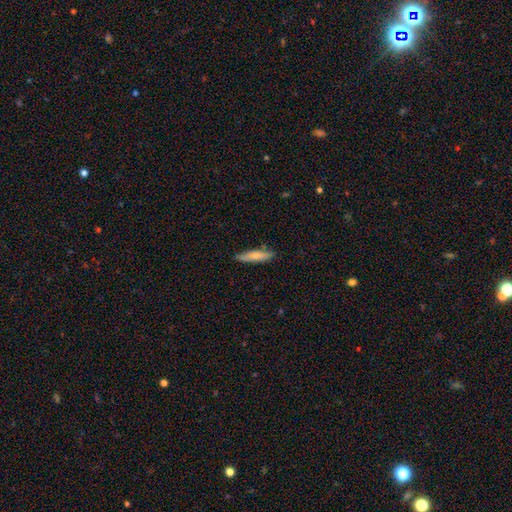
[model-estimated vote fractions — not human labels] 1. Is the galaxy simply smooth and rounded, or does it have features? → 71% smooth, 23% featured or disk, 6% star or artifact.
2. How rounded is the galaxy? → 79% cigar-shaped, 19% in between, 2% round.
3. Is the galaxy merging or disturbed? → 83% none, 13% minor disturbance, 2% major disturbance, 2% merger.